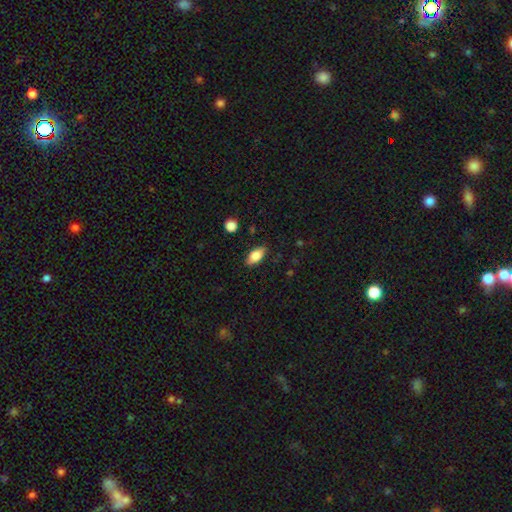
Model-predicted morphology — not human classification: This appears to be a smooth galaxy with no disk features (84%) that is in between round and cigar-shaped (90%). Merging: none (83%).